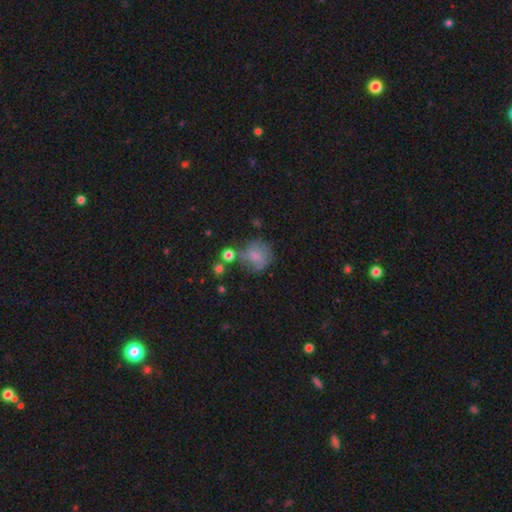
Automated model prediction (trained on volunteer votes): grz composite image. It shows a smooth galaxy with no disk features (54%) that is round (80%). Merging: none (47%).